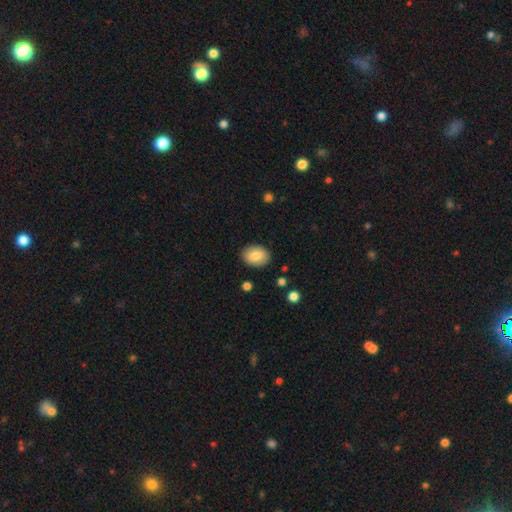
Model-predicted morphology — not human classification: Overall: smooth (83%). How rounded: in between (77%). Merging: none (87%).